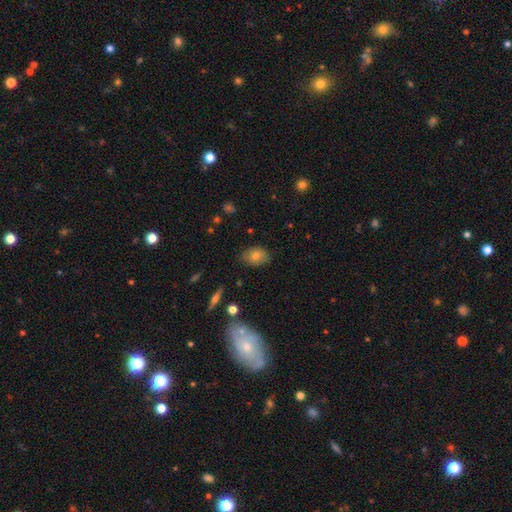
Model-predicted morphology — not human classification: Q: Smooth or featured?
A: smooth (74%); runner-up: featured or disk (16%)
Q: How rounded?
A: in between (78%); runner-up: round (21%)
Q: Merging?
A: none (81%); runner-up: minor disturbance (15%)